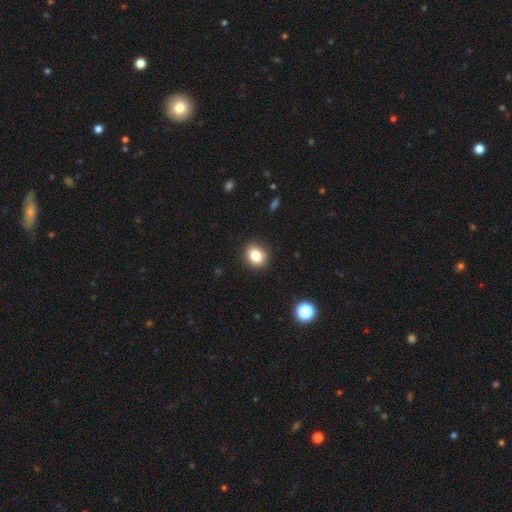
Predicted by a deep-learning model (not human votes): Smooth or featured? Predicted: smooth (p=0.82). How rounded? Predicted: round (p=0.63). Merging? Predicted: none (p=0.89).